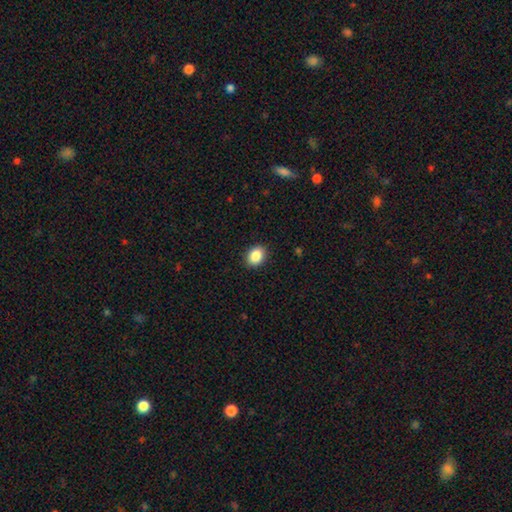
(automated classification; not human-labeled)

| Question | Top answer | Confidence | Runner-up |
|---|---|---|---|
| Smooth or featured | smooth | 88% | star or artifact (8%) |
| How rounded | in between | 63% | round (36%) |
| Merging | none | 89% | minor disturbance (8%) |